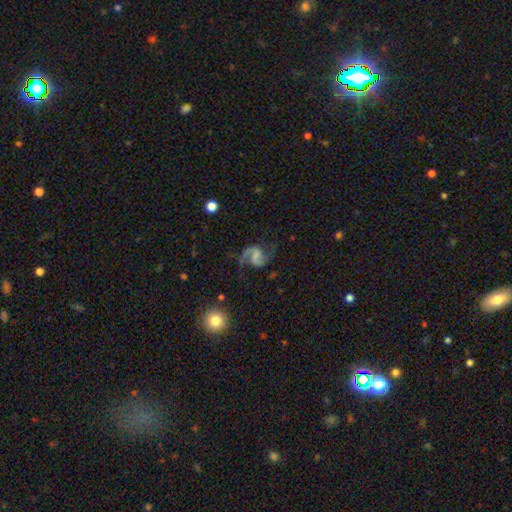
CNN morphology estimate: Q: Smooth or featured?
A: featured or disk (88%); runner-up: smooth (6%)
Q: Edge-on disk?
A: no (98%); runner-up: yes (2%)
Q: Bar?
A: weak (50%); runner-up: no (29%)
Q: Spiral arms?
A: yes (97%); runner-up: no (3%)
Q: Spiral winding?
A: loose (46%); tied with: medium (46%)
Q: Spiral arm count?
A: 2 (93%); runner-up: 1 (3%)
Q: Bulge size?
A: none (48%); runner-up: small (29%)
Q: Merging?
A: none (74%); runner-up: minor disturbance (15%)